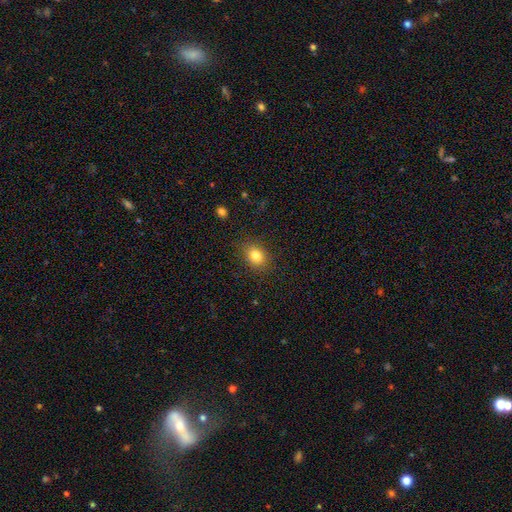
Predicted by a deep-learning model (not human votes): Smooth or featured: smooth — 82% (star or artifact — 11%)
How rounded: in between — 56% (round — 43%)
Merging: none — 87% (minor disturbance — 9%)